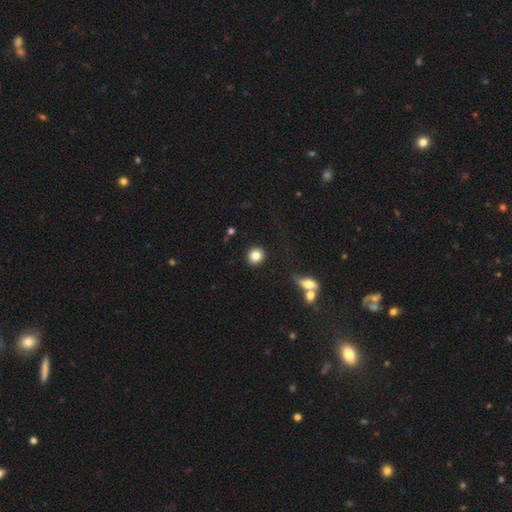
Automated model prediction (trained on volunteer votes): A smooth galaxy with no disk features (84%) that is round (88%).

Vote fractions:
- Smooth or featured? smooth: 84% / star or artifact: 9% / featured or disk: 7%
- How rounded? round: 88% / in between: 11% / cigar-shaped: 1%
- Merging? none: 89% / minor disturbance: 6% / merger: 3% / major disturbance: 2%